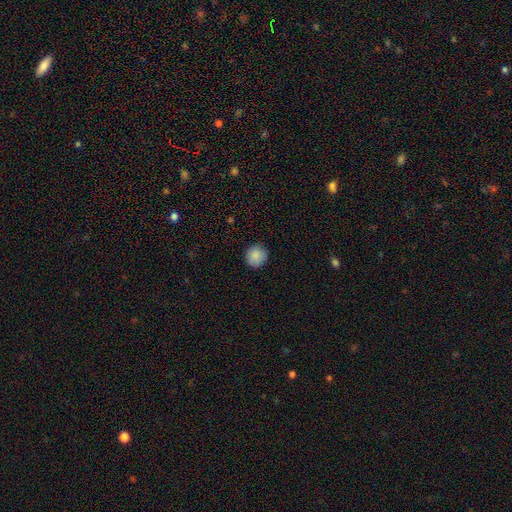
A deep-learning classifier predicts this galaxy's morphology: This appears to be a smooth galaxy with no disk features (88%) that is round (94%). Merging: none (90%).